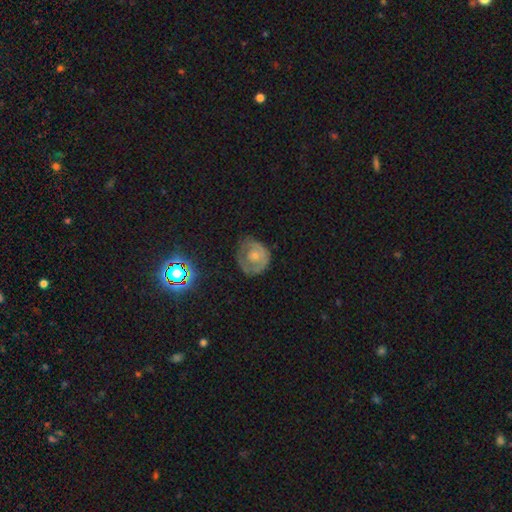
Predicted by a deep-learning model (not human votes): Morphology: type=featured or disk (53%); edge-on=no (97%); bar=no (86%); spiral arms=no (54%); bulge=moderate (41%); merging=none (60%).